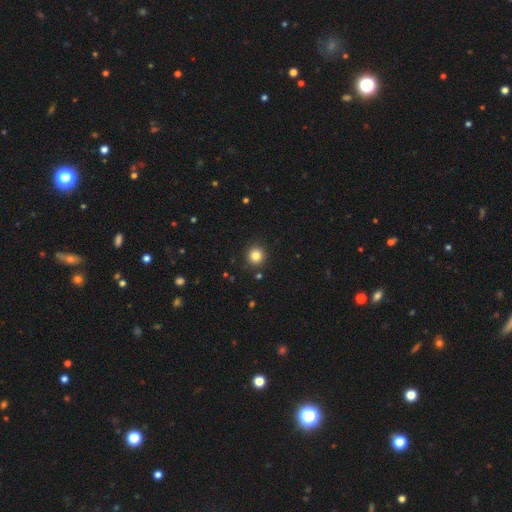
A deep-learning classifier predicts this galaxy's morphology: type=smooth (83%); roundness=round (93%); merging=none (90%).